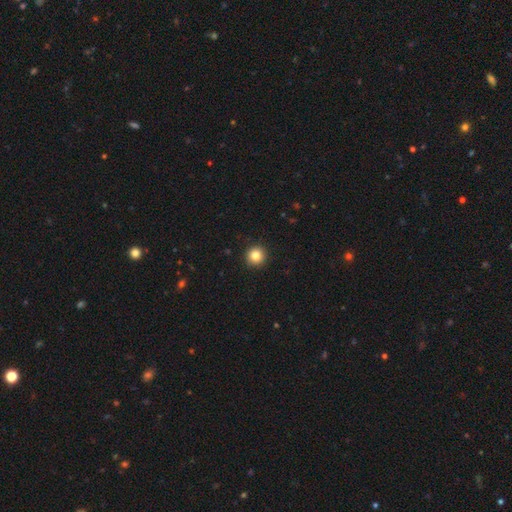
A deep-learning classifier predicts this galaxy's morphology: Q: Smooth or featured?
A: smooth (83%); runner-up: star or artifact (11%)
Q: How rounded?
A: round (95%); runner-up: in between (4%)
Q: Merging?
A: none (93%); runner-up: minor disturbance (4%)